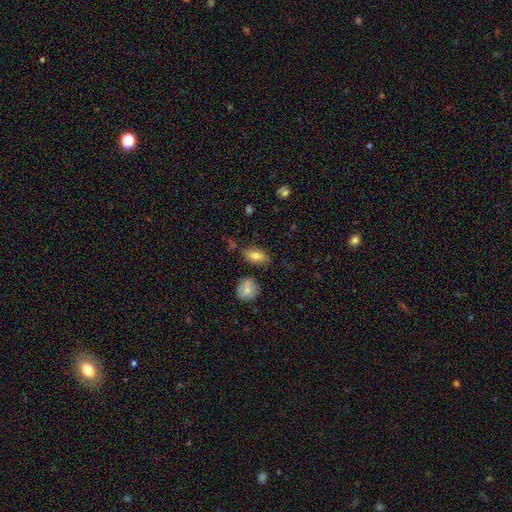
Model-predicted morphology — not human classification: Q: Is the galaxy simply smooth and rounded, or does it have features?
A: smooth — 79%.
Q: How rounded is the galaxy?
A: in between — 88%.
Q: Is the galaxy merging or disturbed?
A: none — 77%.